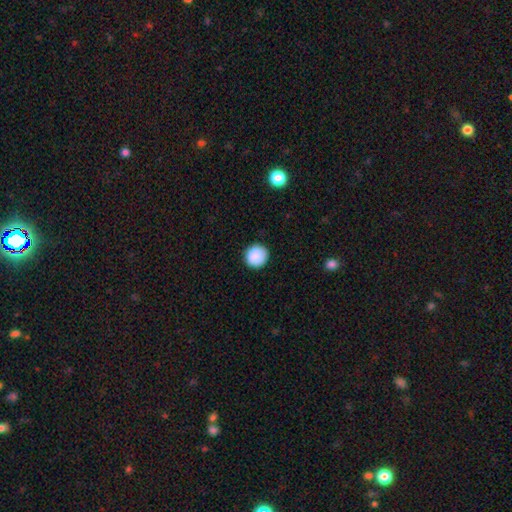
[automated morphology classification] Smooth or featured: smooth — 89% (star or artifact — 8%)
How rounded: round — 94% (in between — 5%)
Merging: none — 90% (minor disturbance — 7%)